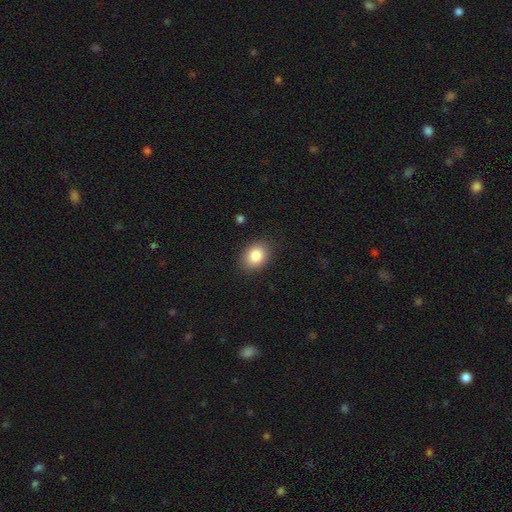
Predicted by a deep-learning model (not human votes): Smooth or featured? smooth (86%)
How rounded? in between (62%)
Merging? none (87%)